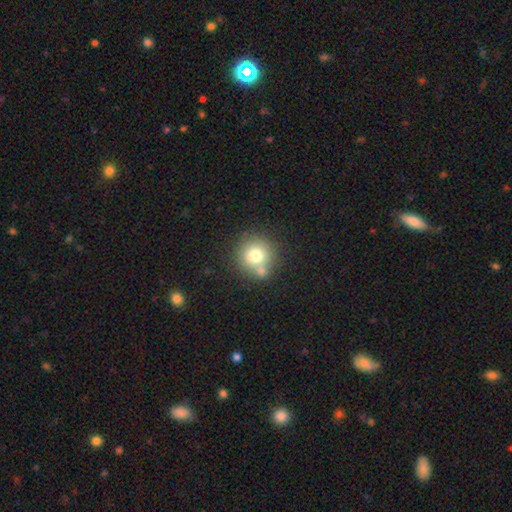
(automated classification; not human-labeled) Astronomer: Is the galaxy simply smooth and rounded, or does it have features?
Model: smooth — 74%.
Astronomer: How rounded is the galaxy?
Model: round — 91%.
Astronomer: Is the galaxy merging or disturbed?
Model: none — 60%.